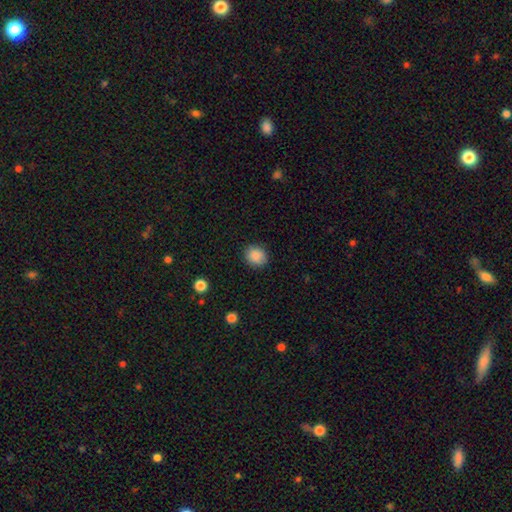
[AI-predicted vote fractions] smooth 88%, star or artifact 8%, featured or disk 4%. Down the decision tree: how rounded — round (76%); merging — none (88%).